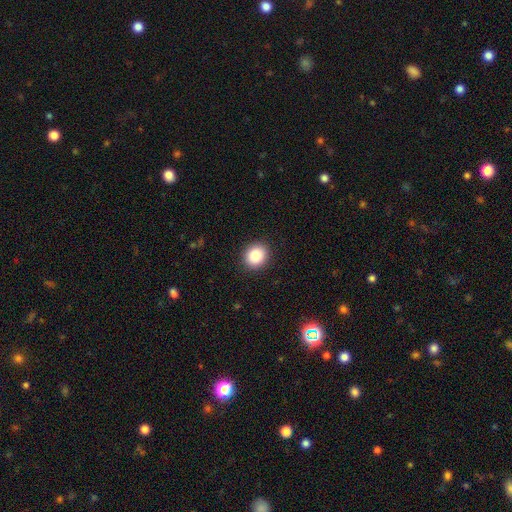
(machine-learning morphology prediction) Smooth or featured? smooth (87%)
How rounded? round (76%)
Merging? none (91%)